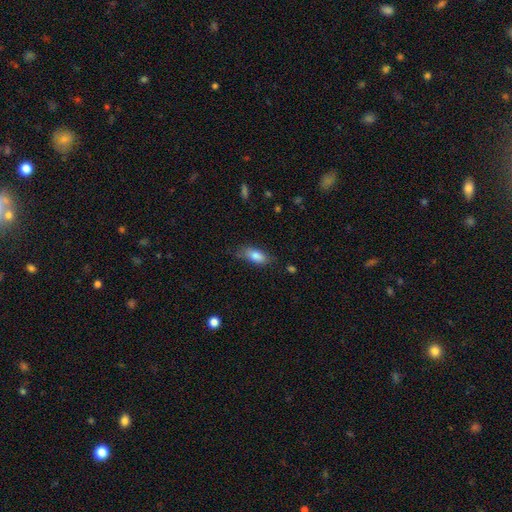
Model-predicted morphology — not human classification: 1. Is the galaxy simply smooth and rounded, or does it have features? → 83% smooth, 10% featured or disk, 7% star or artifact.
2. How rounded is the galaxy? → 84% in between, 13% cigar-shaped, 3% round.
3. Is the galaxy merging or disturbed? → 68% none, 24% minor disturbance, 6% major disturbance, 2% merger.